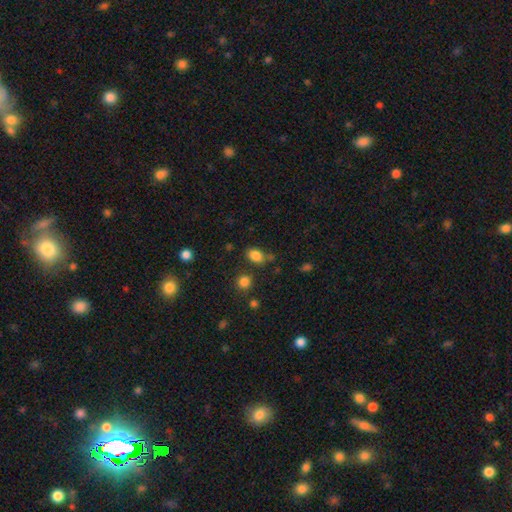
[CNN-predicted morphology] Smooth or featured? Predicted: smooth (p=0.84). How rounded? Predicted: in between (p=0.72). Merging? Predicted: none (p=0.74).